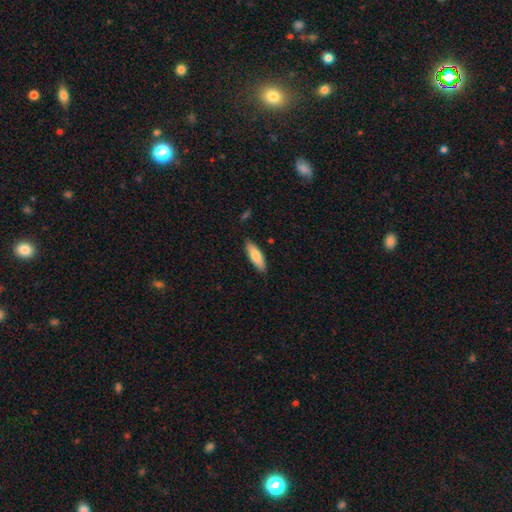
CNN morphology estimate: A smooth galaxy with no disk features (80%) that is in between round and cigar-shaped (50%).

Vote fractions:
- Smooth or featured? smooth: 80% / featured or disk: 15% / star or artifact: 5%
- How rounded? in between: 50% / cigar-shaped: 48% / round: 2%
- Merging? none: 87% / minor disturbance: 10% / major disturbance: 2% / merger: 1%